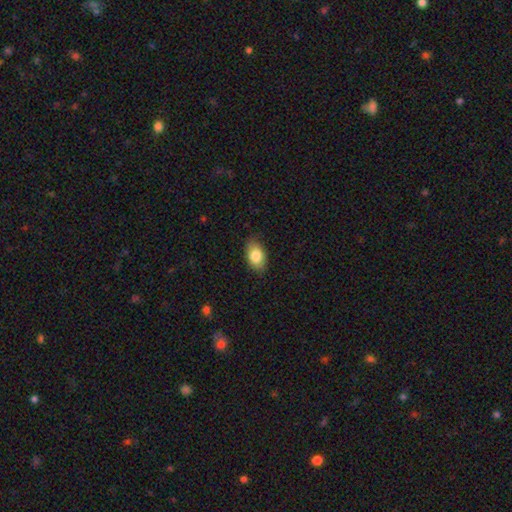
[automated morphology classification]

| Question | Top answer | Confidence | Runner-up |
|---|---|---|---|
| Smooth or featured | smooth | 83% | featured or disk (10%) |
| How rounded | in between | 90% | round (8%) |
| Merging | none | 83% | minor disturbance (14%) |